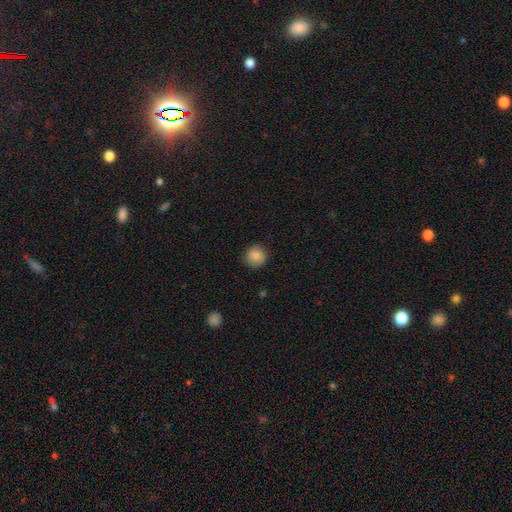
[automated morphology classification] Q: Smooth or featured?
A: smooth (86%); runner-up: star or artifact (9%)
Q: How rounded?
A: round (93%); runner-up: in between (6%)
Q: Merging?
A: none (90%); runner-up: minor disturbance (7%)